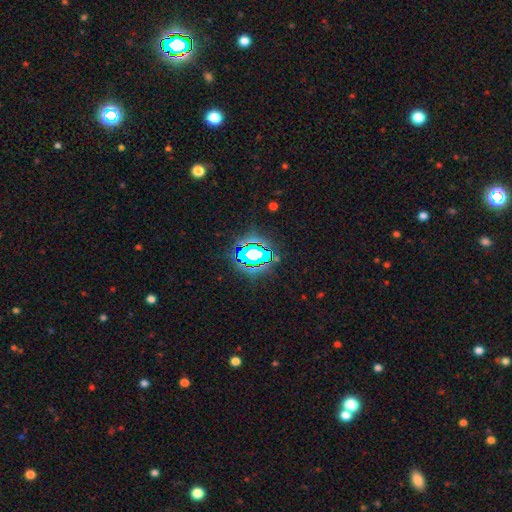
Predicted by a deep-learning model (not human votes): A star or artifact, not a galaxy (66%).

Vote fractions:
- Smooth or featured? star or artifact: 66% / smooth: 20% / featured or disk: 14%